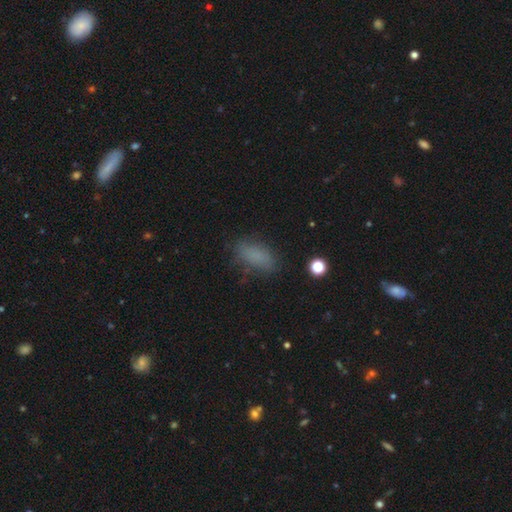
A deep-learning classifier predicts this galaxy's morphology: smooth-or-featured: smooth: 80% | star or artifact: 13% | featured or disk: 8%
  how-rounded: in between: 86% | cigar-shaped: 9% | round: 5%
  merging: none: 77% | minor disturbance: 16% | major disturbance: 6% | merger: 2%